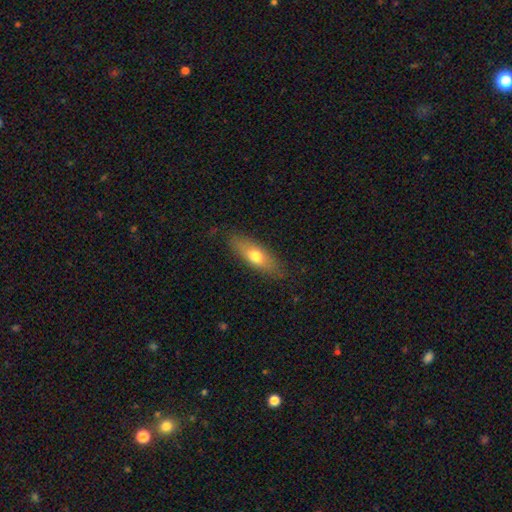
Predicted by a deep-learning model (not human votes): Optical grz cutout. It shows a smooth galaxy with no disk features (66%) that is in between round and cigar-shaped (60%). Merging: none (81%).